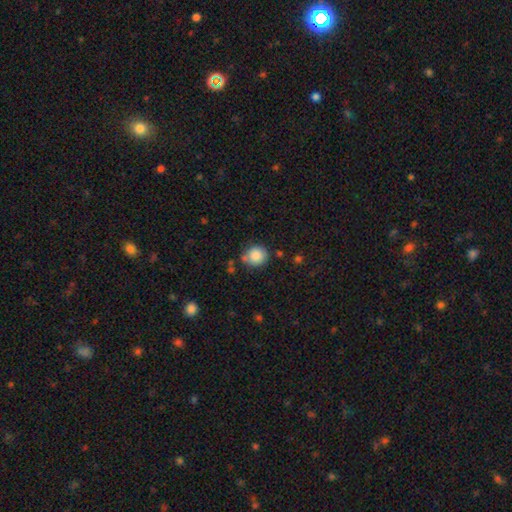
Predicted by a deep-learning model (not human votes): Smooth or featured?
  - smooth: 86% *
  - star or artifact: 9%
  - featured or disk: 5%
How rounded?
  - round: 86% *
  - in between: 13%
  - cigar-shaped: 1%
Merging?
  - none: 72% *
  - minor disturbance: 17%
  - merger: 6%
  - major disturbance: 4%